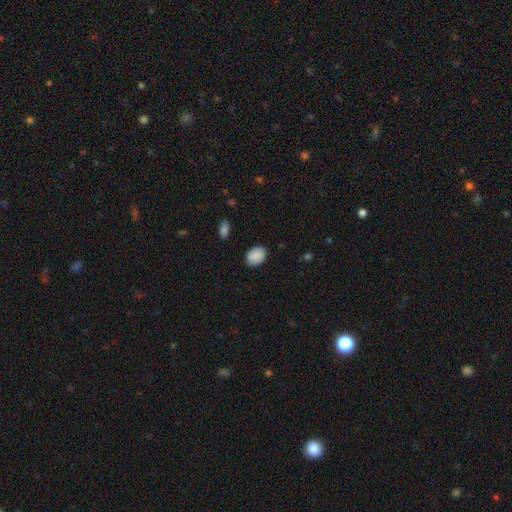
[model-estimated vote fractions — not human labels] Smooth or featured? Predicted: smooth (p=0.89). How rounded? Predicted: in between (p=0.72). Merging? Predicted: none (p=0.86).